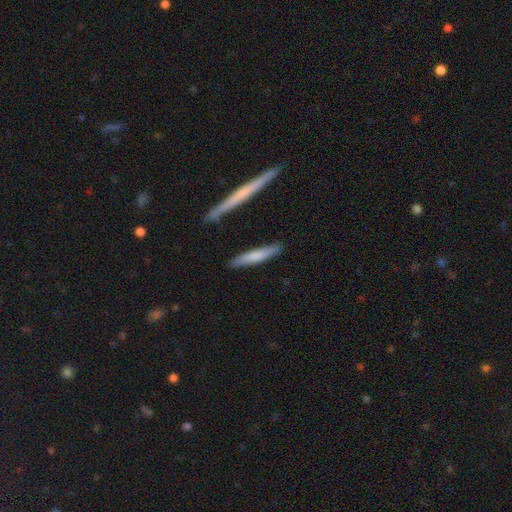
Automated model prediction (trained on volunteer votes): This is likely a smooth galaxy (67%). How rounded: clearly cigar-shaped (89%). Merging: clearly none (84%).